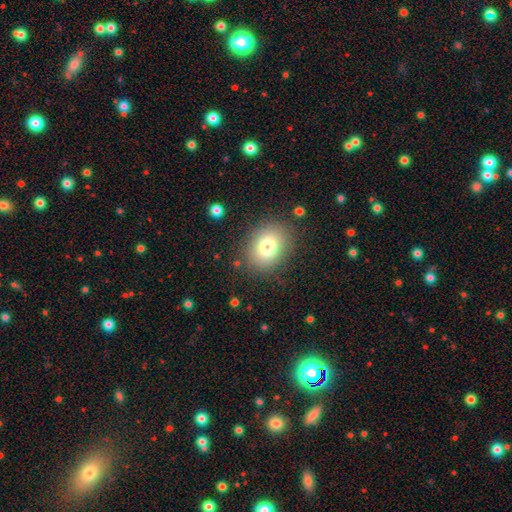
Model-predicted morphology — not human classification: type=smooth (75%); roundness=round (50%); merging=none (89%).